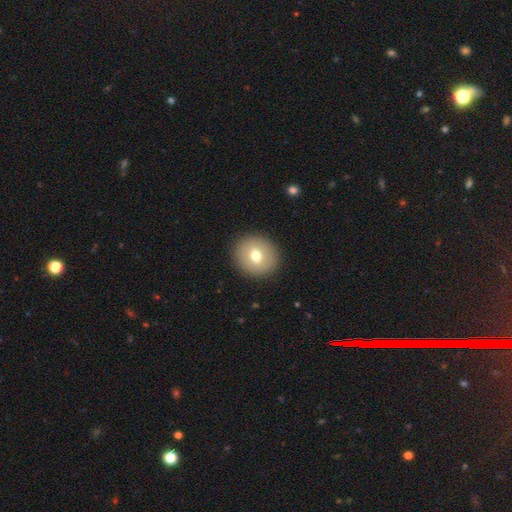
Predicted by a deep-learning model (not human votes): smooth 71%, featured or disk 20%, star or artifact 9%. Down the decision tree: how rounded — round (87%); merging — none (91%).